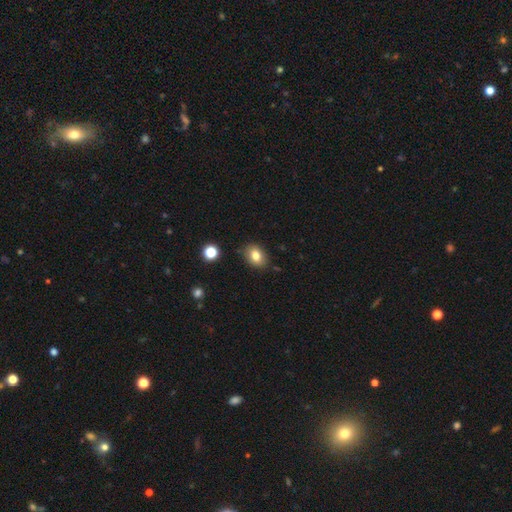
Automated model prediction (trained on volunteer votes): smooth_or_featured: smooth (p=0.81) [alt: star or artifact p=0.10]
how_rounded: in between (p=0.70) [alt: round p=0.29]
merging: none (p=0.82) [alt: minor disturbance p=0.13]